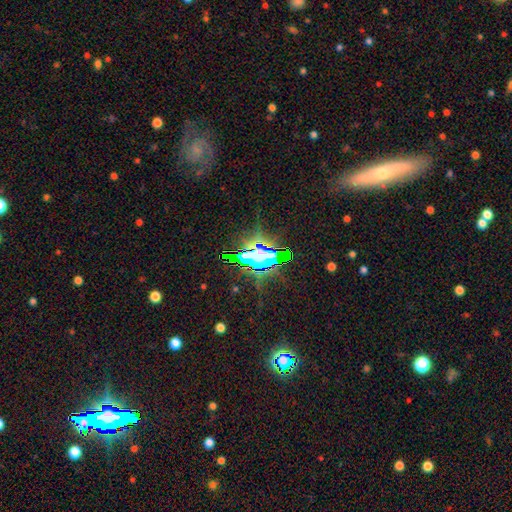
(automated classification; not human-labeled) A star or artifact, not a galaxy (70%).